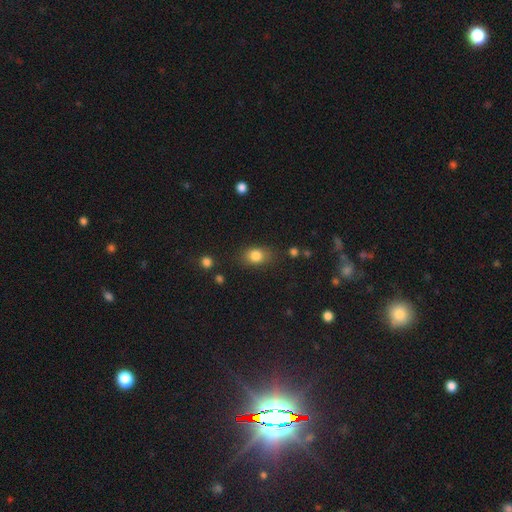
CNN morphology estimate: The model was most divided on "how rounded": in between: 63%, round: 35%, cigar-shaped: 2%. More confident: smooth or featured — smooth (83%); merging — none (76%).